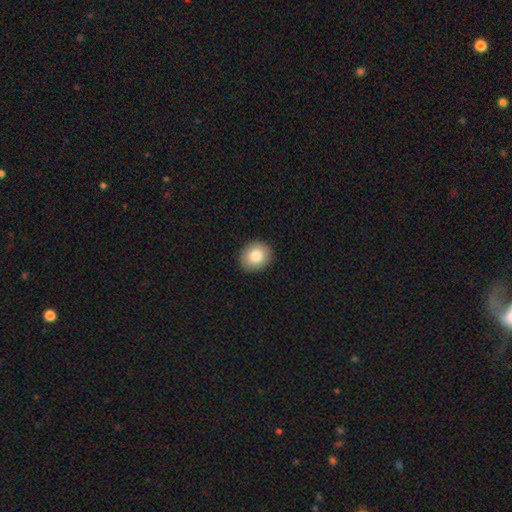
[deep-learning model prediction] The model was most divided on "how rounded": round: 67%, in between: 32%, cigar-shaped: 1%. More confident: merging — none (90%); smooth or featured — smooth (83%).